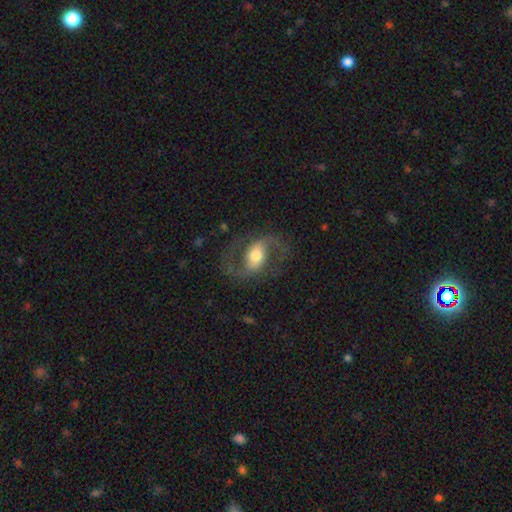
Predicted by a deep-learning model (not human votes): smooth_or_featured: featured or disk (p=0.84) [alt: smooth p=0.10]
disk_edge_on: no (p=0.97) [alt: yes p=0.03]
bar: weak (p=0.42) [alt: strong p=0.33]
has_spiral_arms: yes (p=0.93) [alt: no p=0.07]
spiral_winding: medium (p=0.53) [alt: loose p=0.38]
spiral_arm_count: 2 (p=0.93) [alt: can't tell p=0.02]
bulge_size: moderate (p=0.61) [alt: large p=0.22]
merging: none (p=0.76) [alt: minor disturbance p=0.13]